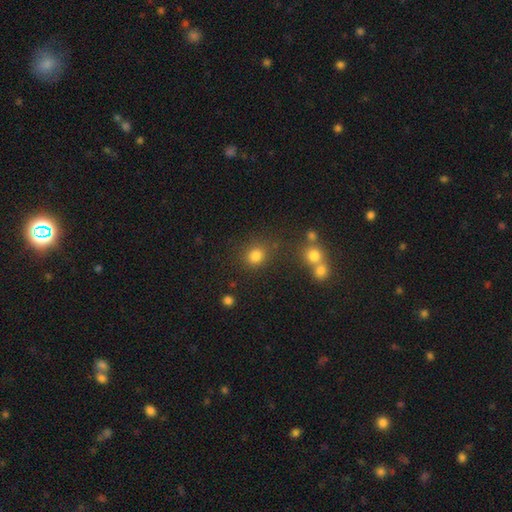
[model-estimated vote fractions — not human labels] A smooth galaxy with no disk features (80%) that is round (82%). Merging: none (76%).